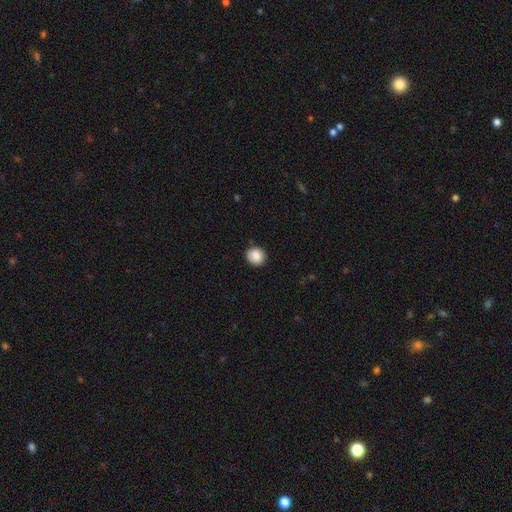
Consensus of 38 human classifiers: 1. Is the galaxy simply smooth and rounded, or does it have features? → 87% smooth, 8% featured or disk, 5% star or artifact.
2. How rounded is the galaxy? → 91% round, 9% in between, 0% cigar-shaped.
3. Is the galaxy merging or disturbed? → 89% none, 6% minor disturbance, 6% major disturbance, 0% merger.